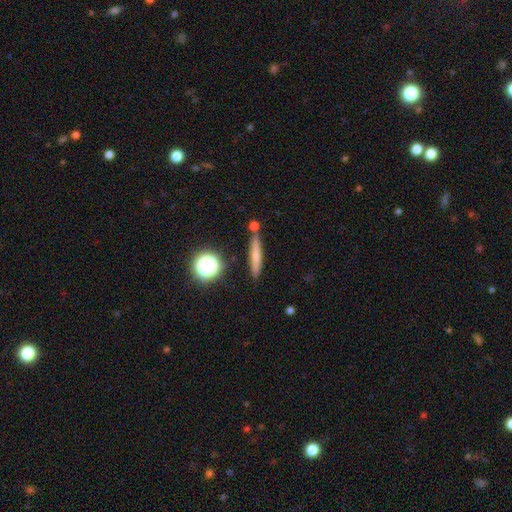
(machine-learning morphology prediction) Q: Smooth or featured?
A: smooth (61%); runner-up: featured or disk (28%)
Q: How rounded?
A: cigar-shaped (86%); runner-up: in between (8%)
Q: Merging?
A: none (80%); runner-up: minor disturbance (10%)